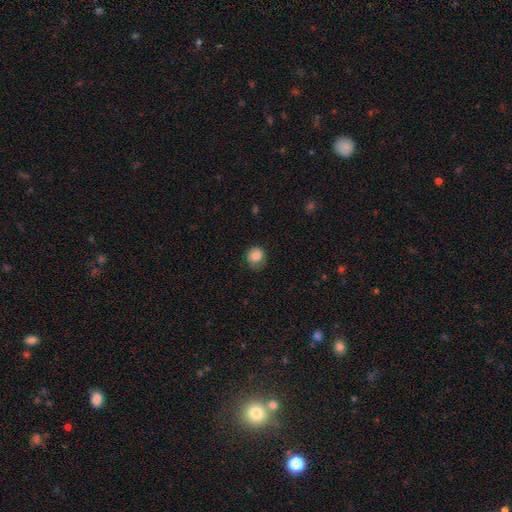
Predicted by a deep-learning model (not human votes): Q: Smooth or featured?
A: smooth (85%); runner-up: star or artifact (9%)
Q: How rounded?
A: round (90%); runner-up: in between (9%)
Q: Merging?
A: none (75%); runner-up: minor disturbance (19%)